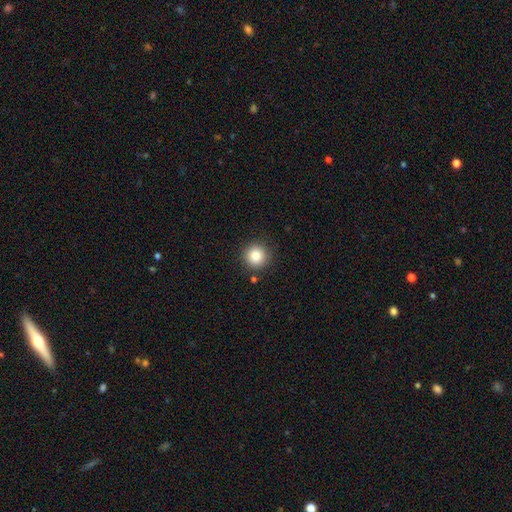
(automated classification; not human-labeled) Smooth or featured? smooth (84%)
How rounded? round (95%)
Merging? none (88%)